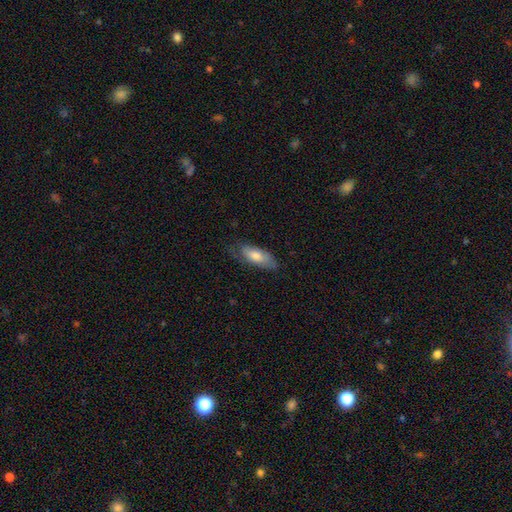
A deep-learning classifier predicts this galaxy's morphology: Overall: smooth (65%; featured or disk 29%). How rounded: in between (76%). Merging: none (63%; minor disturbance 28%).